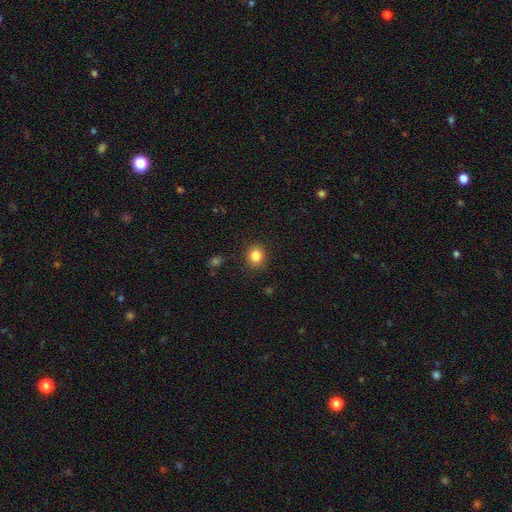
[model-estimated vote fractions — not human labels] A smooth galaxy with no disk features (85%) that is round (79%).

Vote fractions:
- Smooth or featured? smooth: 85% / star or artifact: 10% / featured or disk: 5%
- How rounded? round: 79% / in between: 20% / cigar-shaped: 1%
- Merging? none: 89% / minor disturbance: 8% / major disturbance: 2% / merger: 1%